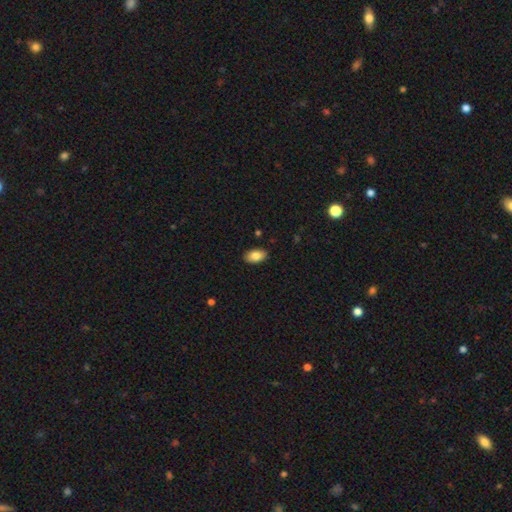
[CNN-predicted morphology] Smooth or featured: smooth — 83% (featured or disk — 9%)
How rounded: in between — 93% (round — 6%)
Merging: none — 88% (minor disturbance — 9%)